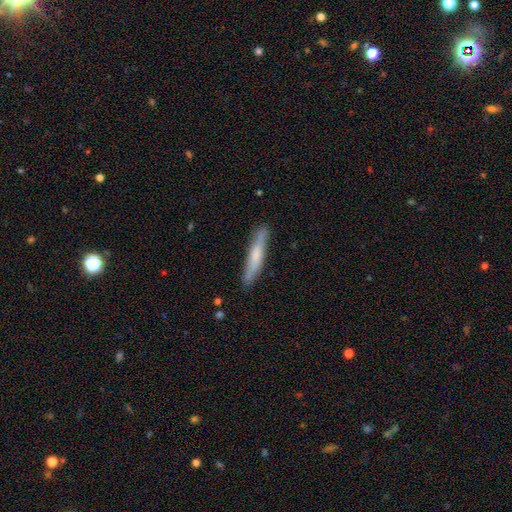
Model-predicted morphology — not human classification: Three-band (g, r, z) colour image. It shows a smooth galaxy with no disk features (61%) that is cigar-shaped (92%). Merging: none (85%).